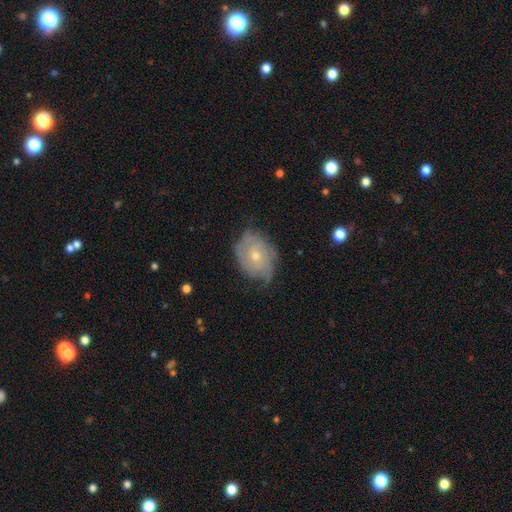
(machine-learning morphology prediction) A featured or disk galaxy (67%) with no bar (83%), tight (63%) spiral arms (80%) and a small central bulge (52%).

Vote fractions:
- Smooth or featured? featured or disk: 67% / smooth: 26% / star or artifact: 7%
- Edge-on disk? no: 96% / yes: 4%
- Bar? no: 83% / weak: 15% / strong: 2%
- Spiral arms? yes: 80% / no: 20%
- Spiral winding? tight: 63% / medium: 26% / loose: 11%
- Spiral arm count? can't tell: 45% / 2: 30% / 3: 11% / 1: 6% / 4: 4% / more than 4: 3%
- Bulge size? small: 52% / moderate: 45% / large: 1% / none: 1% / dominant: 1%
- Merging? none: 62% / minor disturbance: 28% / major disturbance: 9% / merger: 1%